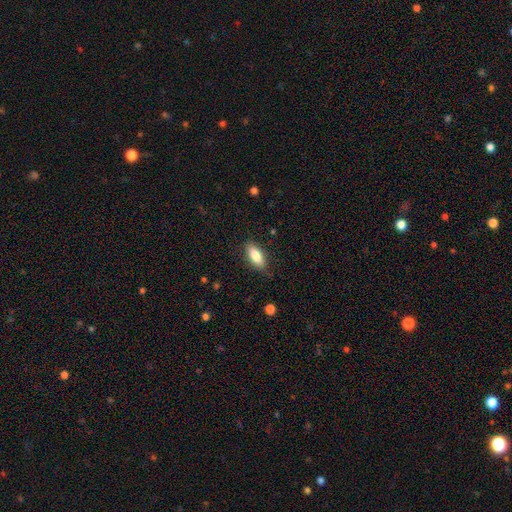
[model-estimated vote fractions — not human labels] Smooth or featured: smooth — 80% (featured or disk — 13%)
How rounded: in between — 78% (cigar-shaped — 19%)
Merging: none — 84% (minor disturbance — 13%)